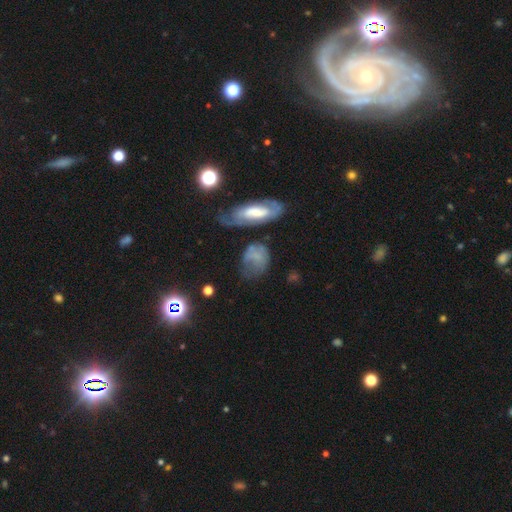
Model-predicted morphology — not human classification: A smooth galaxy with no disk features (57%) that is in between round and cigar-shaped (66%).

Vote fractions:
- Smooth or featured? smooth: 57% / featured or disk: 33% / star or artifact: 10%
- How rounded? in between: 66% / round: 31% / cigar-shaped: 4%
- Merging? none: 38% / minor disturbance: 28% / major disturbance: 25% / merger: 9%